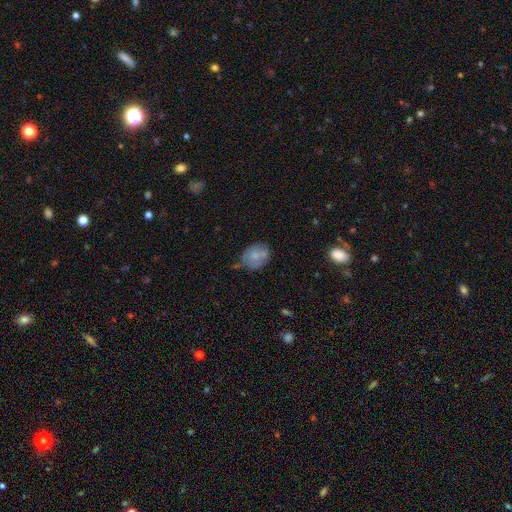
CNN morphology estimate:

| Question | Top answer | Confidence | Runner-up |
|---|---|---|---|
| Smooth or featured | smooth | 66% | featured or disk (26%) |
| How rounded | round | 59% | in between (40%) |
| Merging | none | 45% | minor disturbance (31%) |